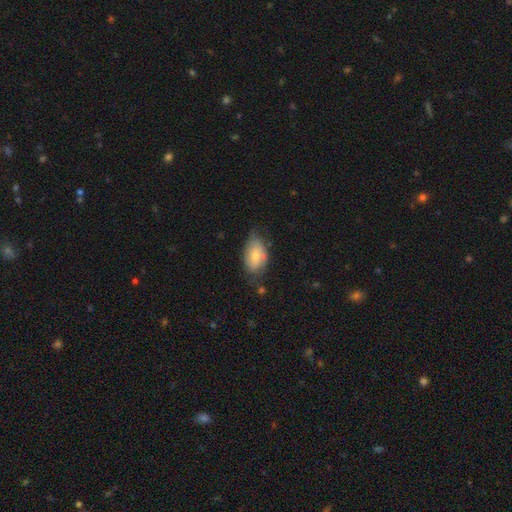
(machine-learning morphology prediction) Q: Smooth or featured?
A: smooth (71%); runner-up: featured or disk (22%)
Q: How rounded?
A: in between (91%); runner-up: round (8%)
Q: Merging?
A: none (55%); runner-up: minor disturbance (34%)